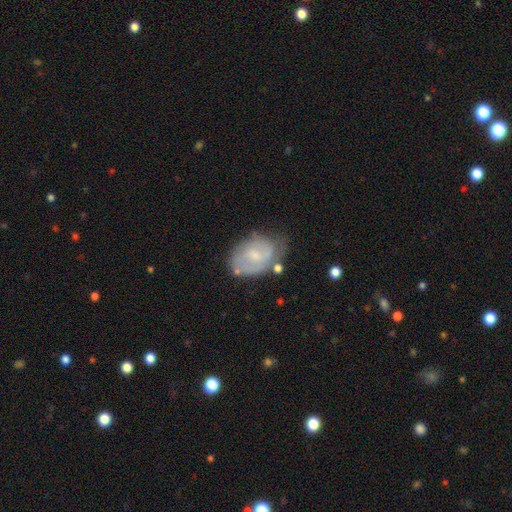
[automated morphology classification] featured or disk 58%, smooth 35%, star or artifact 7%. Down the decision tree: edge-on disk — no (96%); bar — no (55%); spiral arms — yes (71%); bulge size — small (48%); merging — none (54%).